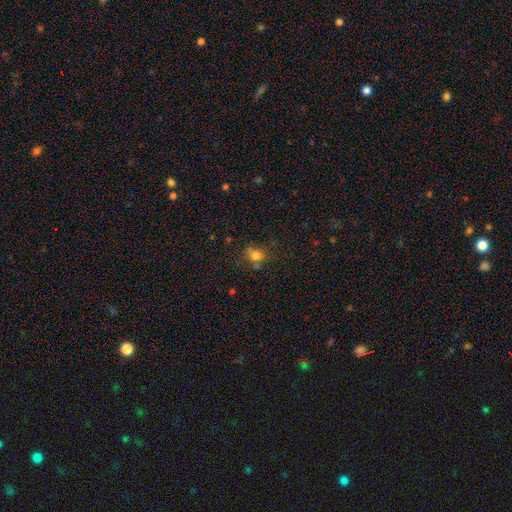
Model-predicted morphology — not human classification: Q: Smooth or featured?
A: smooth (72%); runner-up: star or artifact (17%)
Q: How rounded?
A: round (65%); runner-up: in between (33%)
Q: Merging?
A: none (62%); runner-up: minor disturbance (21%)